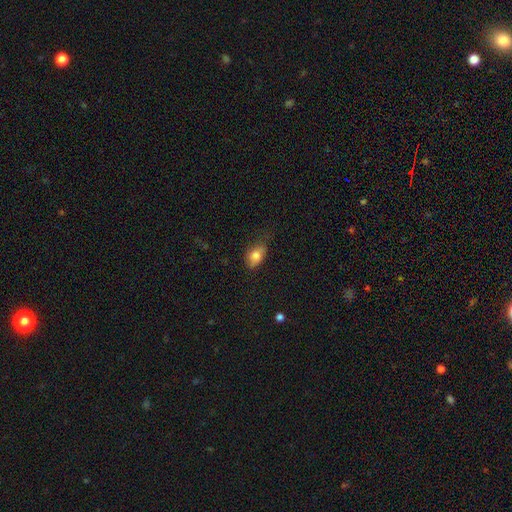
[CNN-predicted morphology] smooth_or_featured: smooth (p=0.79) [alt: featured or disk p=0.13]
how_rounded: in between (p=0.83) [alt: round p=0.14]
merging: none (p=0.56) [alt: minor disturbance p=0.32]